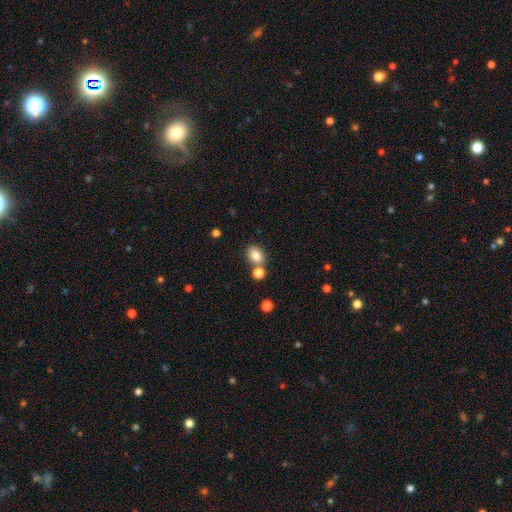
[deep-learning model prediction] Smooth or featured?
  - smooth: 82% *
  - star or artifact: 11%
  - featured or disk: 7%
How rounded?
  - in between: 58% *
  - round: 41%
  - cigar-shaped: 1%
Merging?
  - none: 66% *
  - merger: 21%
  - minor disturbance: 11%
  - major disturbance: 3%